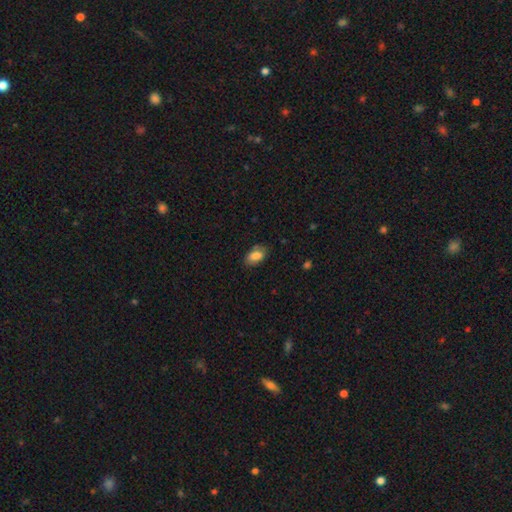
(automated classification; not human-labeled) smooth_or_featured: smooth (p=0.83) [alt: featured or disk p=0.09]
how_rounded: in between (p=0.91) [alt: round p=0.07]
merging: none (p=0.76) [alt: minor disturbance p=0.18]